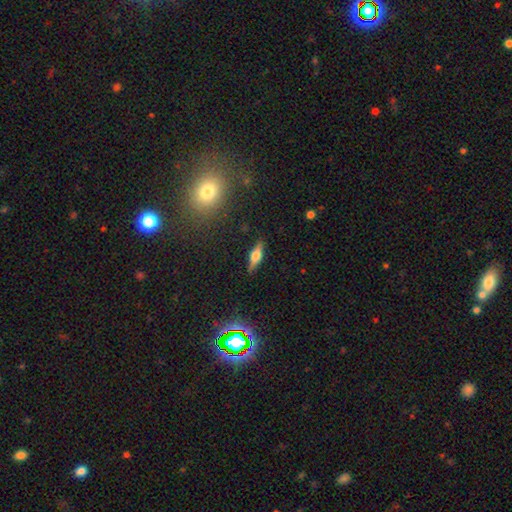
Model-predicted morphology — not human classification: This is possibly a featured or disk galaxy (56%). It is clearly viewed edge-on (95%). Edge-on bulge: clearly rounded (90%). Merging: clearly none (87%).